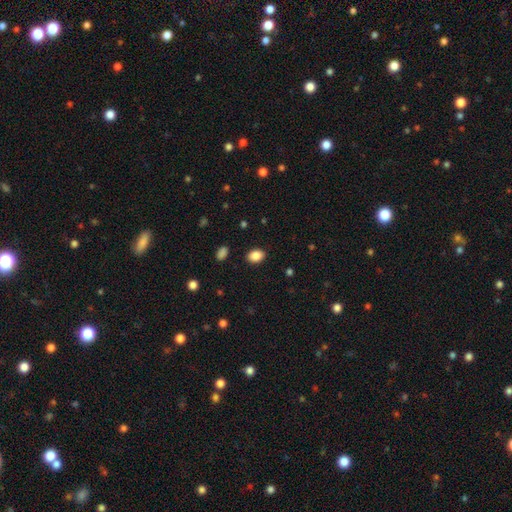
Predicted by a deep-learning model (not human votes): Smooth or featured: smooth — 87% (star or artifact — 9%)
How rounded: in between — 77% (round — 22%)
Merging: none — 89% (minor disturbance — 8%)